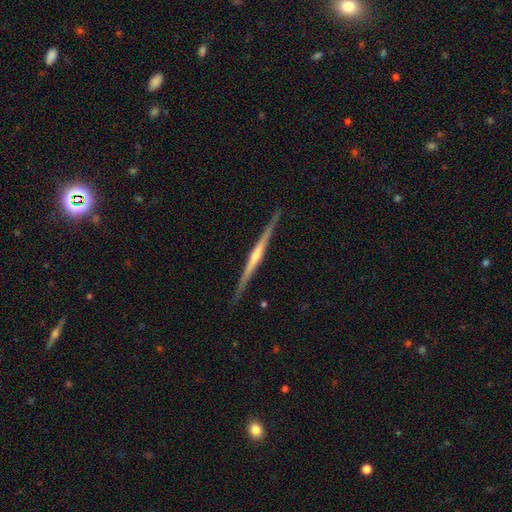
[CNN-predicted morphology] Overall: featured or disk (83%). Edge-on disk: yes (99%). Edge-on bulge: rounded (70%). Merging: none (92%).